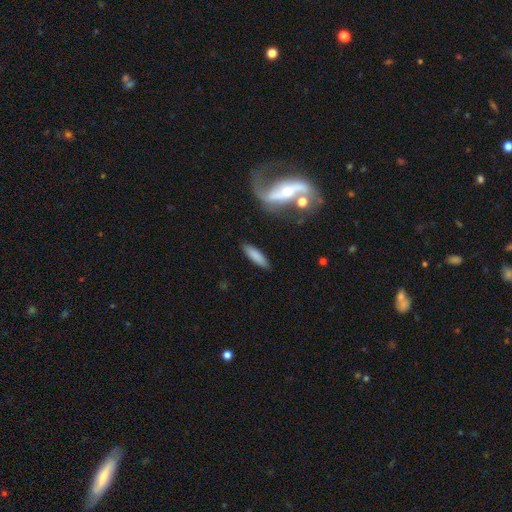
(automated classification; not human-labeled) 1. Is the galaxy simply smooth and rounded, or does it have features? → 81% smooth, 12% featured or disk, 7% star or artifact.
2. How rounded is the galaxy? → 60% cigar-shaped, 38% in between, 2% round.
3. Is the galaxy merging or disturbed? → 85% none, 9% minor disturbance, 3% major disturbance, 3% merger.